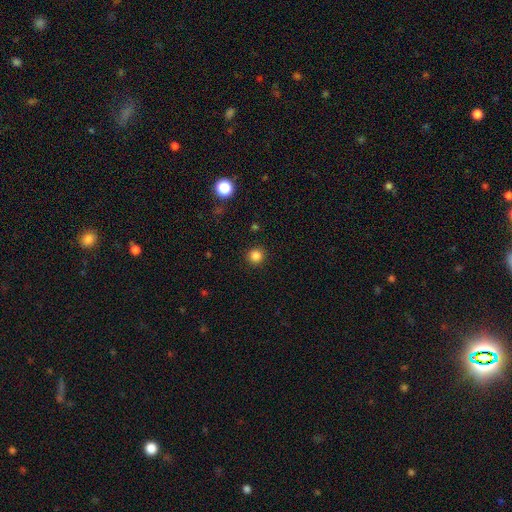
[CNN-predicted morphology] type=smooth (84%); roundness=round (94%); merging=none (92%).